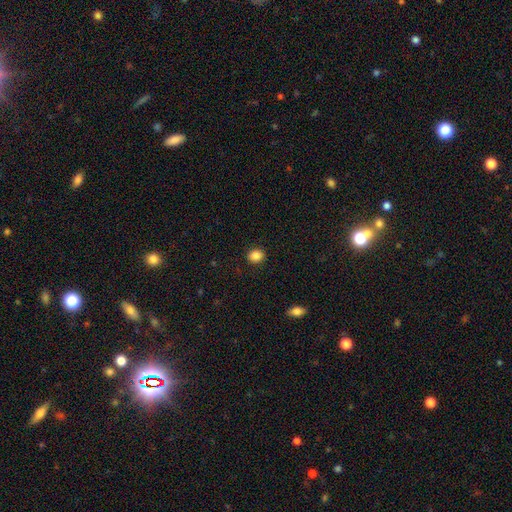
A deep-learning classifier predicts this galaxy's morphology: Overall: smooth (86%). How rounded: round (62%; in between 37%). Merging: none (90%).